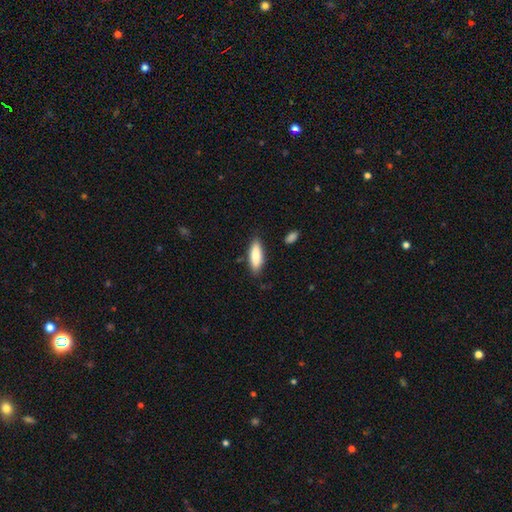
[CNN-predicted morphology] Smooth or featured?
  - smooth: 85% *
  - featured or disk: 9%
  - star or artifact: 5%
How rounded?
  - in between: 56% *
  - cigar-shaped: 42%
  - round: 2%
Merging?
  - none: 84% *
  - minor disturbance: 12%
  - major disturbance: 2%
  - merger: 2%